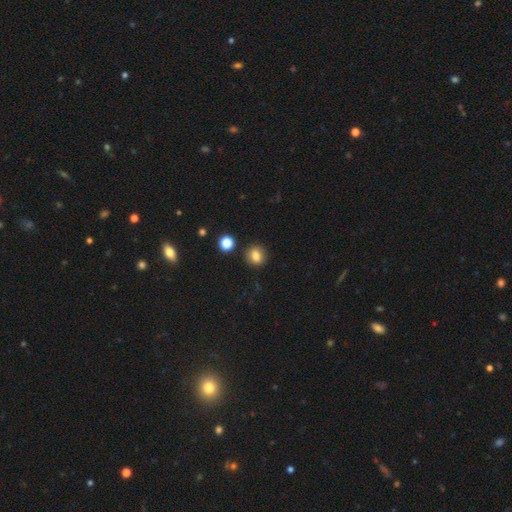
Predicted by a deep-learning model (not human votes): A smooth galaxy with no disk features (82%) that is round (74%). Merging: none (87%).